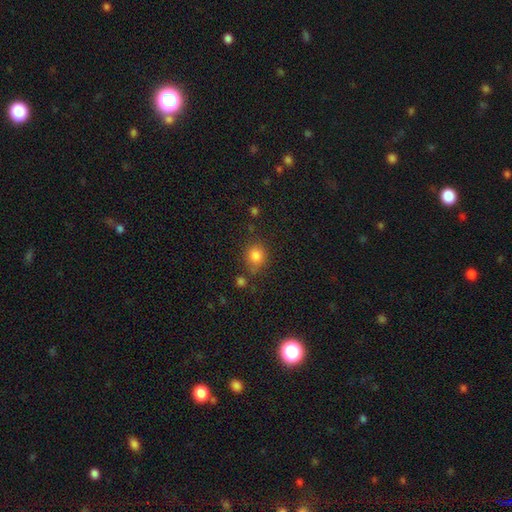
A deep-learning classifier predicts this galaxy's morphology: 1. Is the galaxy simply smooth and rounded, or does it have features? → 84% smooth, 11% star or artifact, 5% featured or disk.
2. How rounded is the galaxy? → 78% round, 21% in between, 1% cigar-shaped.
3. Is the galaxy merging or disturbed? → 75% none, 13% minor disturbance, 7% merger, 5% major disturbance.